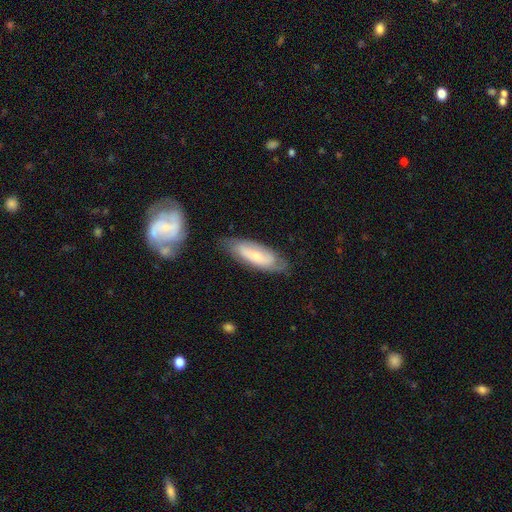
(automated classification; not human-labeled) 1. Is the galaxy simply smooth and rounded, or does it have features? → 52% featured or disk, 42% smooth, 6% star or artifact.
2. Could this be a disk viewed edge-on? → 81% no, 19% yes.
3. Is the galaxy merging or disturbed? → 71% none, 20% minor disturbance, 6% major disturbance, 4% merger.